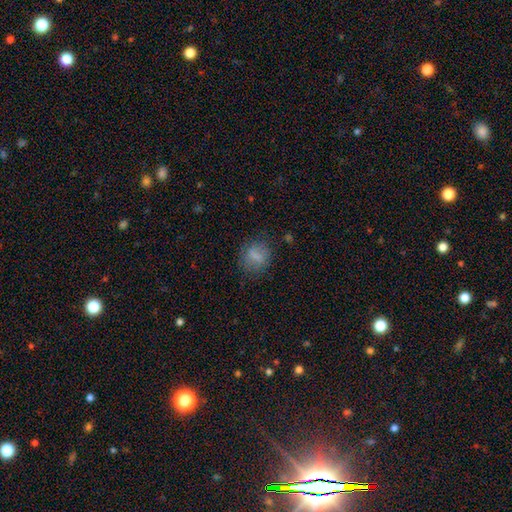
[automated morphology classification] Smooth or featured? Predicted: smooth (p=0.74). How rounded? Predicted: round (p=0.64). Merging? Predicted: none (p=0.73).